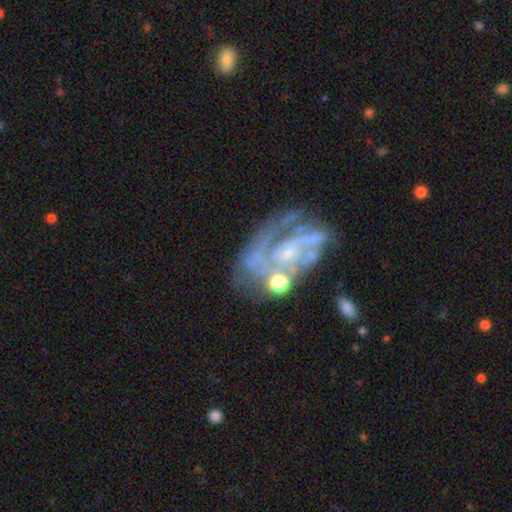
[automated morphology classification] Smooth or featured? featured or disk (83%)
Edge-on disk? no (97%)
Bar? no (62%)
Spiral arms? yes (90%)
Spiral winding? tight (46%)
Spiral arm count? 2 (40%)
Bulge size? small (65%)
Merging? none (47%)